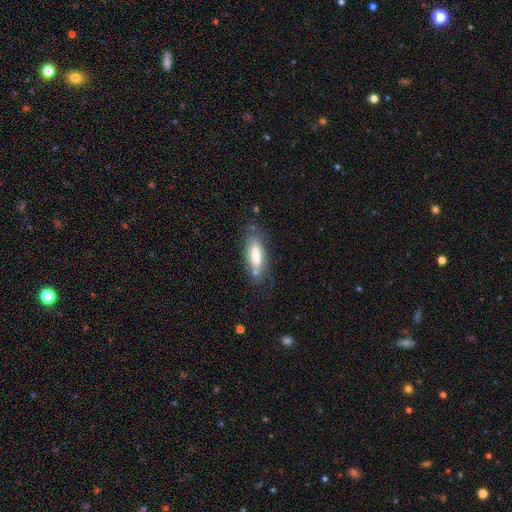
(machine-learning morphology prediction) smooth-or-featured: smooth: 67% | featured or disk: 26% | star or artifact: 7%
  how-rounded: in between: 67% | cigar-shaped: 31% | round: 2%
  merging: none: 64% | minor disturbance: 21% | major disturbance: 8% | merger: 7%